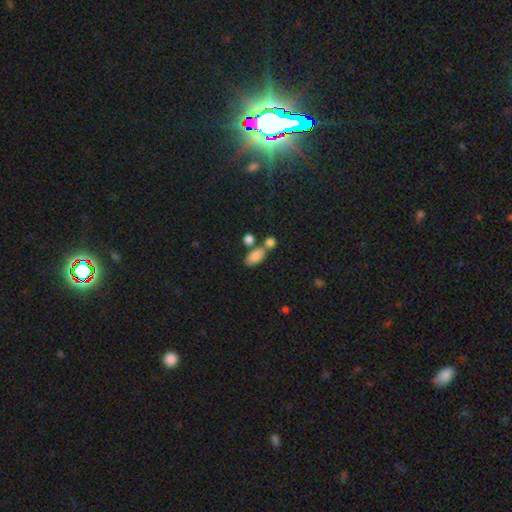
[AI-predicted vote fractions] This appears to be a smooth galaxy with no disk features (84%) that is in between round and cigar-shaped (90%). Merging: none (51%).